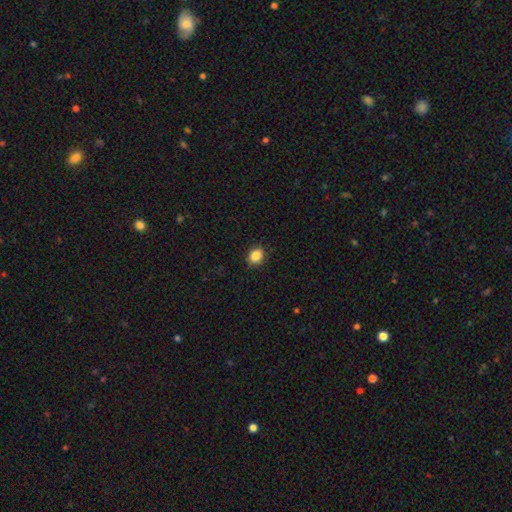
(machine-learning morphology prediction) smooth-or-featured: smooth: 87% | star or artifact: 9% | featured or disk: 4%
  how-rounded: round: 50% | in between: 49% | cigar-shaped: 1%
  merging: none: 87% | minor disturbance: 10% | major disturbance: 2% | merger: 1%